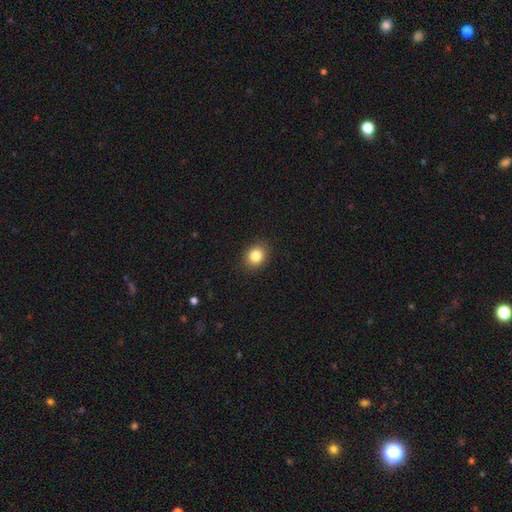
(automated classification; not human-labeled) Smooth or featured?
  - smooth: 84% *
  - star or artifact: 10%
  - featured or disk: 6%
How rounded?
  - round: 58% *
  - in between: 41%
  - cigar-shaped: 1%
Merging?
  - none: 89% *
  - minor disturbance: 8%
  - major disturbance: 2%
  - merger: 1%